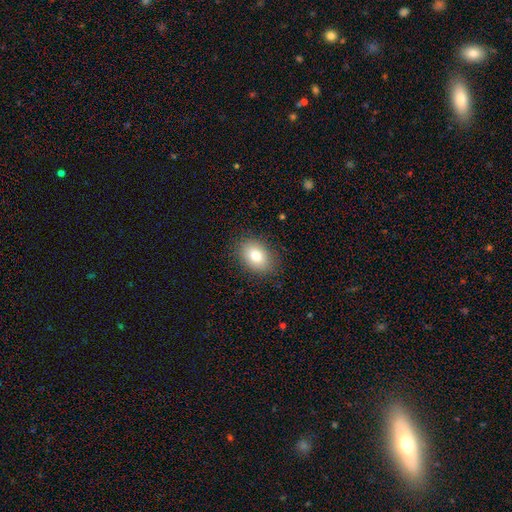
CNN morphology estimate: smooth_or_featured: smooth (p=0.80) [alt: featured or disk p=0.10]
how_rounded: in between (p=0.77) [alt: round p=0.22]
merging: none (p=0.86) [alt: minor disturbance p=0.10]